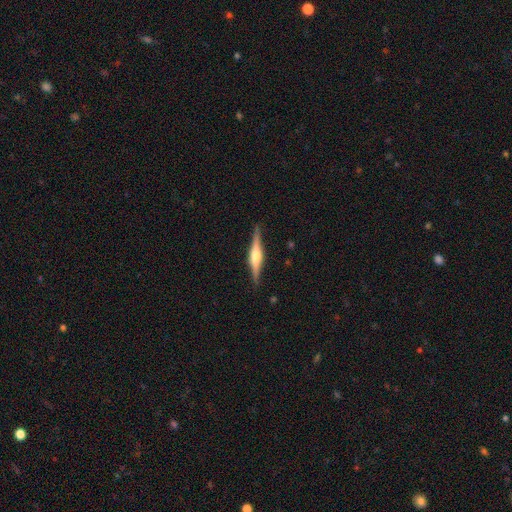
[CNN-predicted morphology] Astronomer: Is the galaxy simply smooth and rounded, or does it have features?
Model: featured or disk — 78%.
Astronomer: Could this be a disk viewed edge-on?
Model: yes — 98%.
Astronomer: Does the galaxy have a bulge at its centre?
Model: rounded — 89%.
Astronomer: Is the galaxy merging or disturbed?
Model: none — 89%.